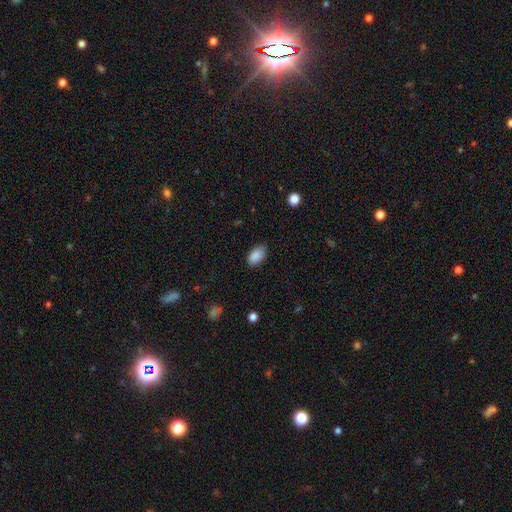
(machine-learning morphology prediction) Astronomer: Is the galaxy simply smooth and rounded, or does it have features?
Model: smooth — 89%.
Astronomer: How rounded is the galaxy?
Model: in between — 94%.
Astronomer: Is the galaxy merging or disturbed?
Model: none — 83%.